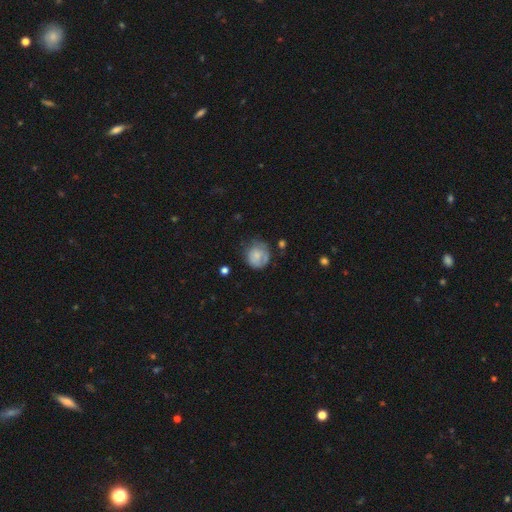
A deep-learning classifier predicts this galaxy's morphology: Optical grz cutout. It shows a smooth galaxy with no disk features (62%) that is round (82%). Merging: none (55%).